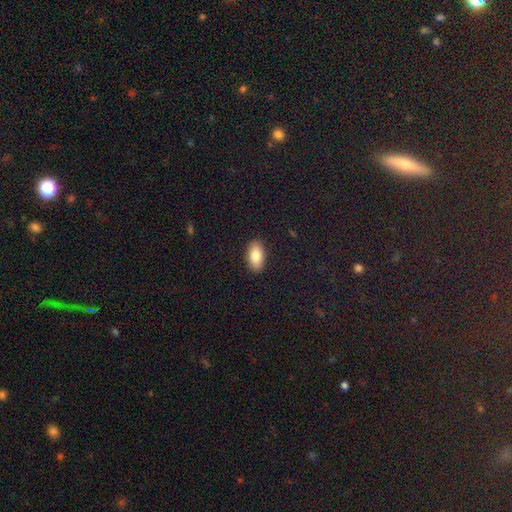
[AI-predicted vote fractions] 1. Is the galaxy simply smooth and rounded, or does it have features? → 83% smooth, 10% featured or disk, 7% star or artifact.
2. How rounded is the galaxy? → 93% in between, 4% round, 3% cigar-shaped.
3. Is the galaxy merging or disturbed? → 90% none, 7% minor disturbance, 2% major disturbance, 1% merger.